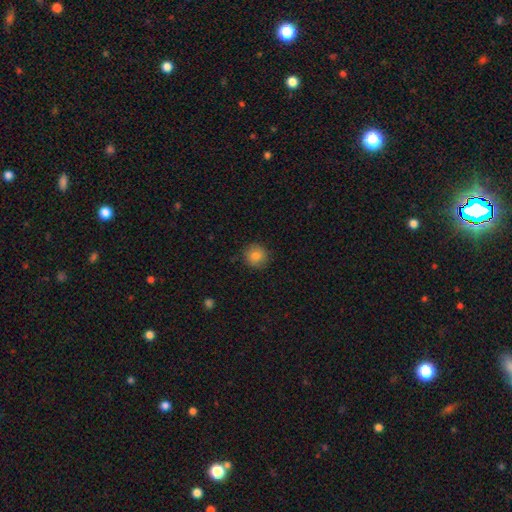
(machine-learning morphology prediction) A smooth galaxy with no disk features (84%) that is round (92%).

Vote fractions:
- Smooth or featured? smooth: 84% / star or artifact: 10% / featured or disk: 7%
- How rounded? round: 92% / in between: 7% / cigar-shaped: 1%
- Merging? none: 88% / minor disturbance: 9% / major disturbance: 2% / merger: 1%